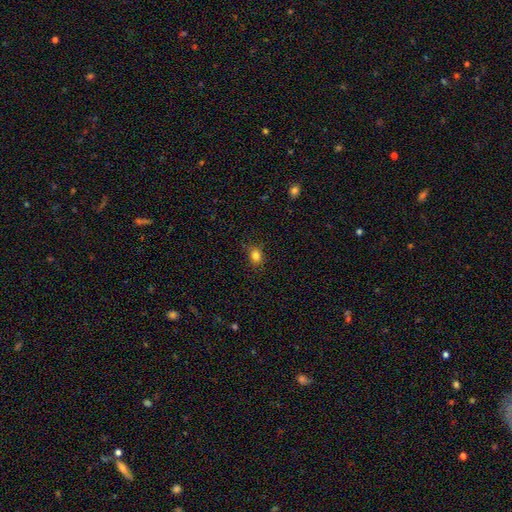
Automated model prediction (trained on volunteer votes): smooth_or_featured: smooth (p=0.81) [alt: star or artifact p=0.13]
how_rounded: round (p=0.53) [alt: in between p=0.45]
merging: none (p=0.83) [alt: minor disturbance p=0.12]